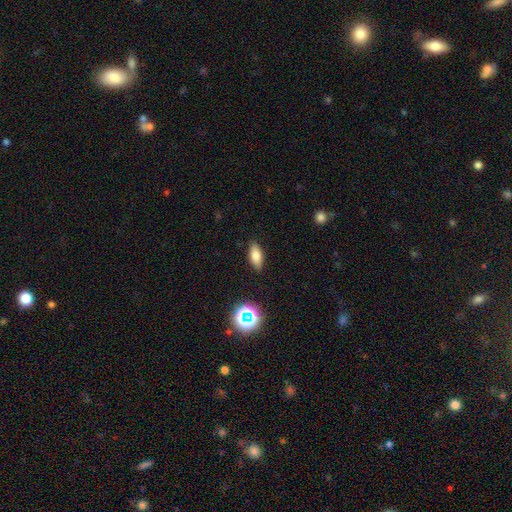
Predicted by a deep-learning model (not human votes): smooth 75%, featured or disk 14%, star or artifact 11%. Down the decision tree: how rounded — in between (78%); merging — none (87%).